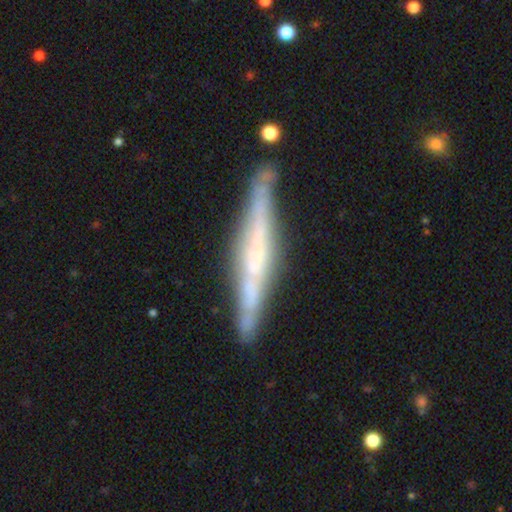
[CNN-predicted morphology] A featured or disk galaxy (70%) viewed edge-on (94%) with no central bulge (49%). Merging: none (81%).